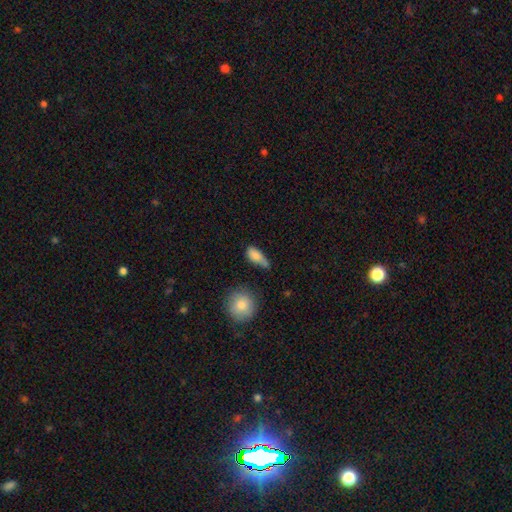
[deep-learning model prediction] Q: Smooth or featured?
A: smooth (81%); runner-up: featured or disk (11%)
Q: How rounded?
A: in between (80%); runner-up: cigar-shaped (13%)
Q: Merging?
A: none (39%); runner-up: minor disturbance (35%)